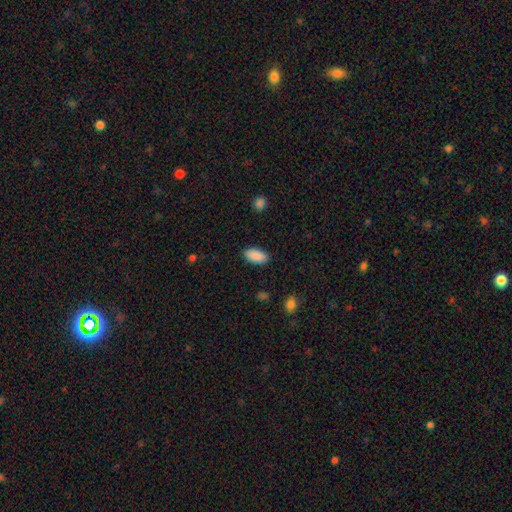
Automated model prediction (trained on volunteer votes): smooth_or_featured: smooth (p=0.90) [alt: star or artifact p=0.07]
how_rounded: in between (p=0.91) [alt: cigar-shaped p=0.06]
merging: none (p=0.89) [alt: minor disturbance p=0.08]